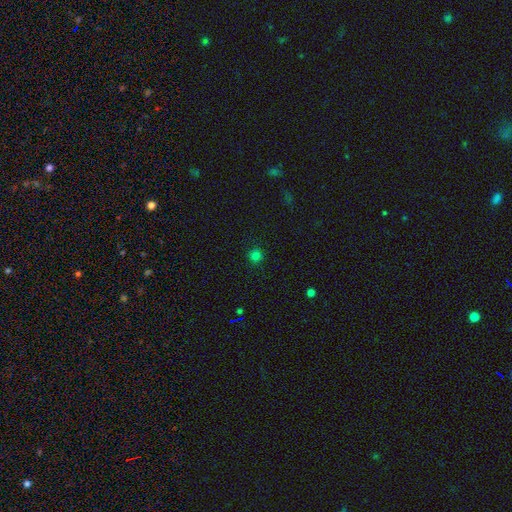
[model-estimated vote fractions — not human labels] Smooth or featured: smooth — 78% (star or artifact — 18%)
How rounded: round — 94% (in between — 5%)
Merging: none — 91% (minor disturbance — 6%)